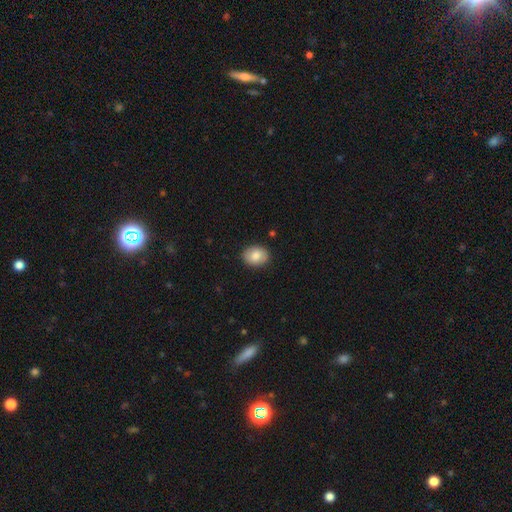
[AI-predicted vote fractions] Q: Smooth or featured?
A: smooth (83%); runner-up: featured or disk (10%)
Q: How rounded?
A: in between (53%); runner-up: round (47%)
Q: Merging?
A: none (89%); runner-up: minor disturbance (8%)